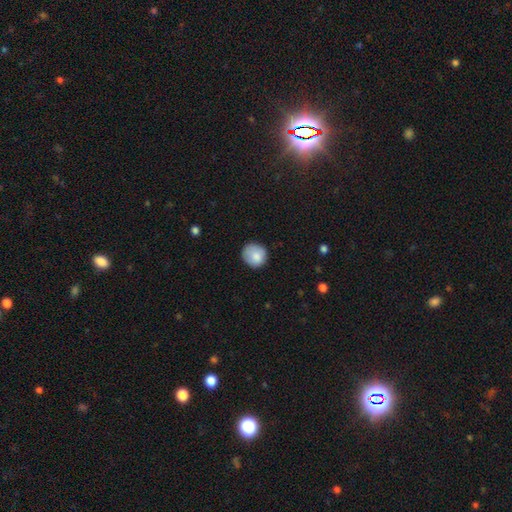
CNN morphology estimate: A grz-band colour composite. It shows a smooth galaxy with no disk features (85%) that is round (86%). Merging: none (77%).